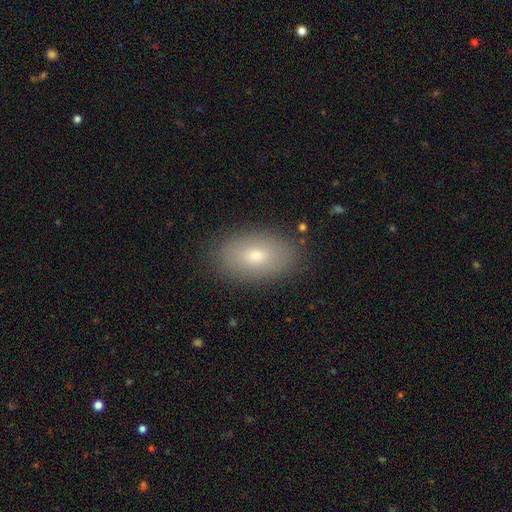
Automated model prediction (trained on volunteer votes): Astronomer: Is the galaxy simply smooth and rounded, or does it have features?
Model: smooth — 74%.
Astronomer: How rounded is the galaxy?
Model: in between — 91%.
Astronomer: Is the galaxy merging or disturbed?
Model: none — 86%.